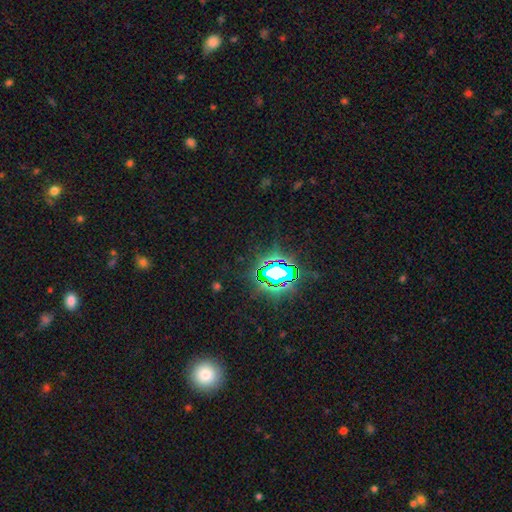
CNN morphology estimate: The model was most divided on "smooth or featured": star or artifact: 82%, smooth: 11%, featured or disk: 7%.